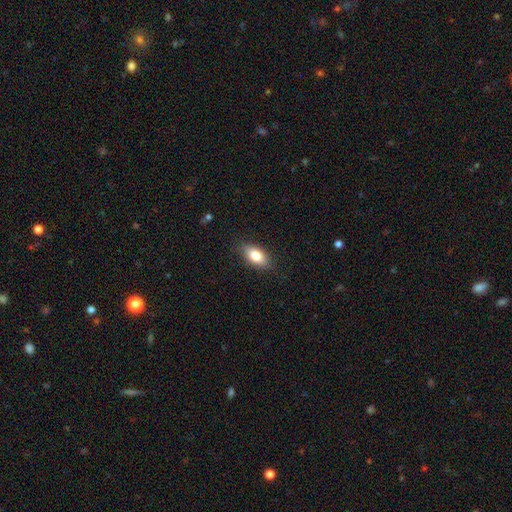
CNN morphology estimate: This is likely a smooth galaxy (80%). How rounded: clearly in between (88%). Merging: clearly none (85%).